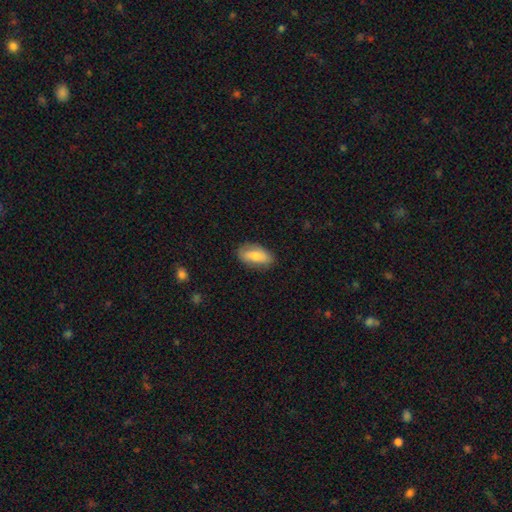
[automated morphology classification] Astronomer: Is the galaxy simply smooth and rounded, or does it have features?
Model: smooth — 78%.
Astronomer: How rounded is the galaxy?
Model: in between — 87%.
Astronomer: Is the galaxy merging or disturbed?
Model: none — 79%.